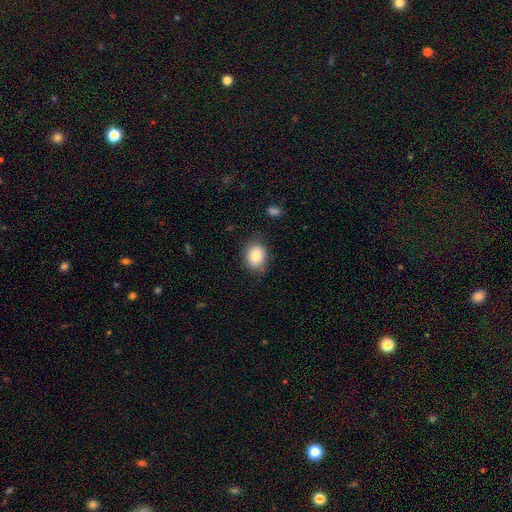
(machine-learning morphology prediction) Smooth or featured? smooth (84%)
How rounded? in between (60%)
Merging? none (79%)